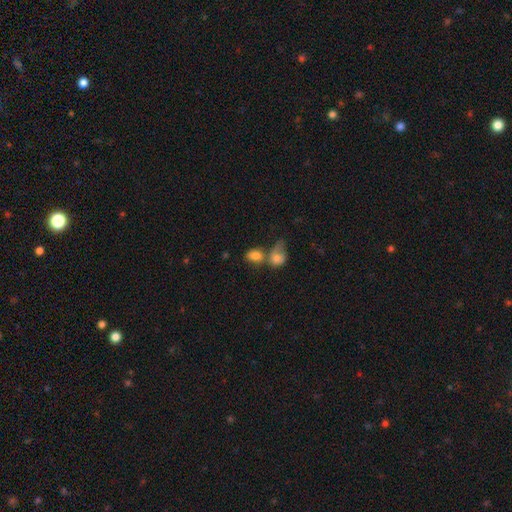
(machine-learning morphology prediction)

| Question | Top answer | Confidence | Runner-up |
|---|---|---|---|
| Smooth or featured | smooth | 80% | featured or disk (11%) |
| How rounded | in between | 69% | round (29%) |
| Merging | merger | 51% | none (30%) |